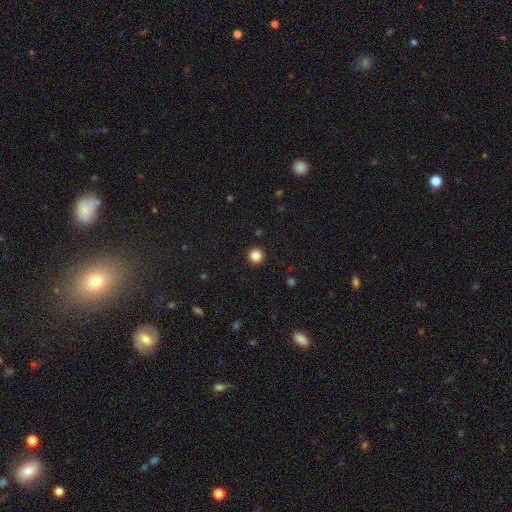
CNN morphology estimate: This appears to be a smooth galaxy with no disk features (85%) that is round (96%). Merging: none (94%).